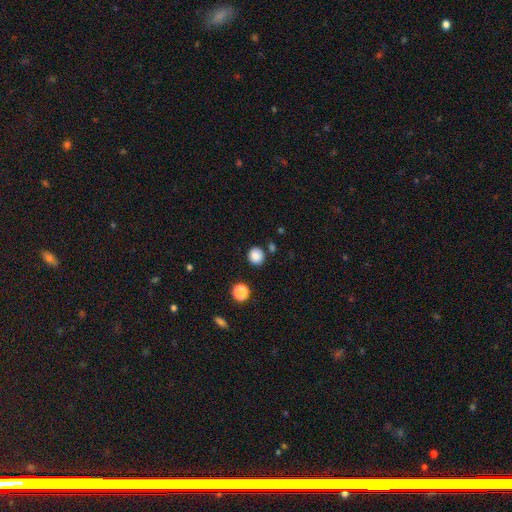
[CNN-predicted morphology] Overall: smooth (86%). How rounded: round (87%). Merging: none (85%).